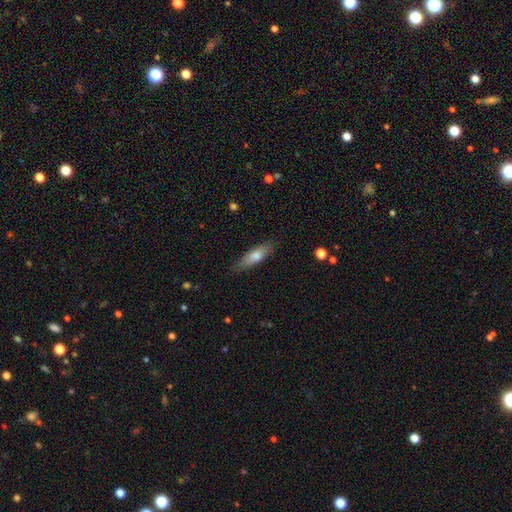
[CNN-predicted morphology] smooth_or_featured: smooth (p=0.68) [alt: featured or disk p=0.25]
how_rounded: cigar-shaped (p=0.58) [alt: in between p=0.40]
merging: none (p=0.83) [alt: minor disturbance p=0.13]